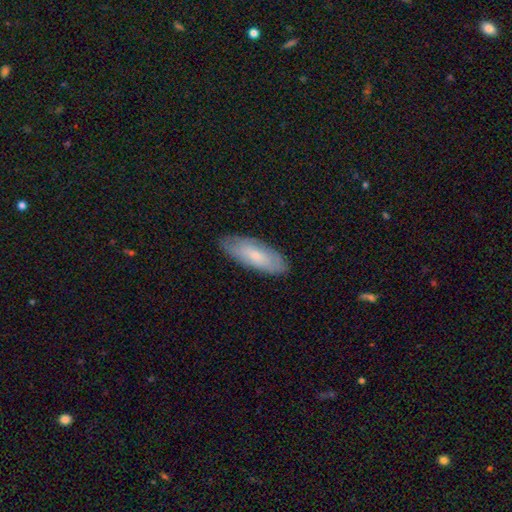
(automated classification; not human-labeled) smooth_or_featured: smooth (p=0.66) [alt: featured or disk p=0.28]
how_rounded: in between (p=0.69) [alt: cigar-shaped p=0.29]
merging: none (p=0.82) [alt: minor disturbance p=0.14]